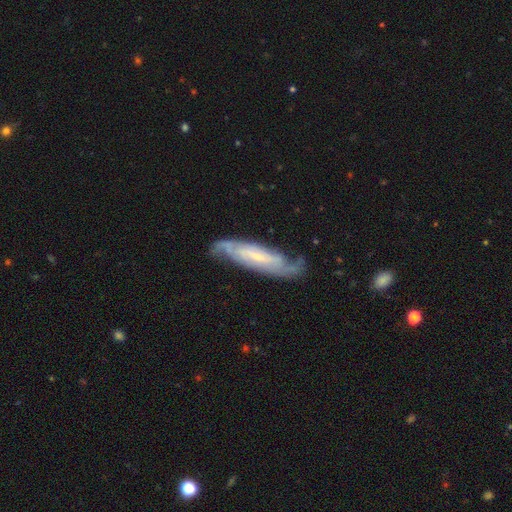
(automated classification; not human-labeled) Smooth or featured?
  - featured or disk: 81% *
  - smooth: 14%
  - star or artifact: 6%
Edge-on disk?
  - no: 78% *
  - yes: 22%
Bar?
  - weak: 39% *
  - no: 37%
  - strong: 24%
Spiral arms?
  - yes: 95% *
  - no: 5%
Spiral winding?
  - tight: 45% *
  - medium: 41%
  - loose: 14%
Spiral arm count?
  - 2: 65% *
  - can't tell: 21%
  - 3: 6%
  - 1: 3%
  - 4: 3%
  - more than 4: 2%
Bulge size?
  - small: 64% *
  - moderate: 21%
  - none: 11%
  - large: 3%
  - dominant: 1%
Merging?
  - none: 71% *
  - minor disturbance: 19%
  - major disturbance: 8%
  - merger: 2%